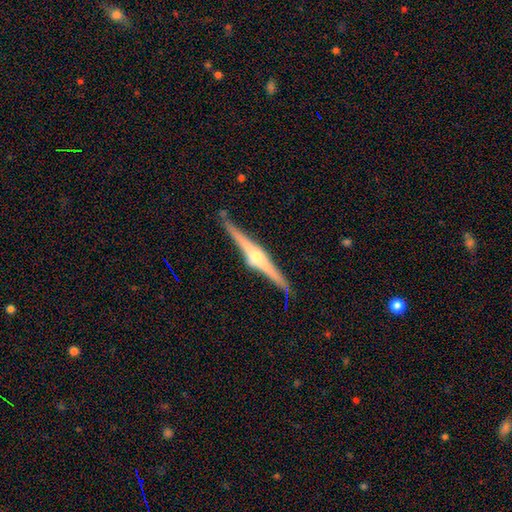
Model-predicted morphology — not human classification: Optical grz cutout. It shows a featured or disk galaxy (85%) viewed edge-on (98%) with a rounded central bulge (82%). Merging: none (91%).